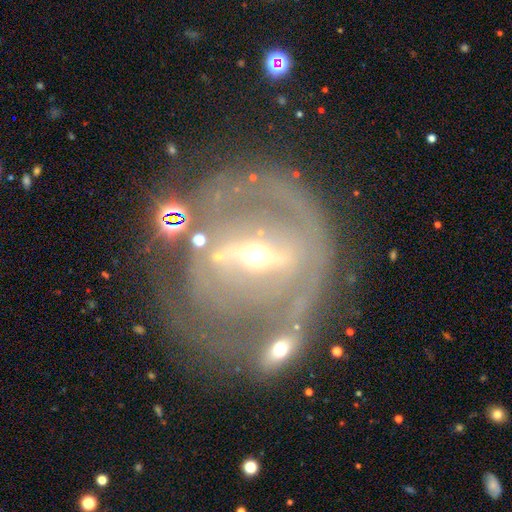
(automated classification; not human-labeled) This appears to be a featured or disk galaxy (84%) with a strong bar (61%), 2 (61%) tight (49%) spiral arms (73%) and a small central bulge (59%). Merging: none (51%).